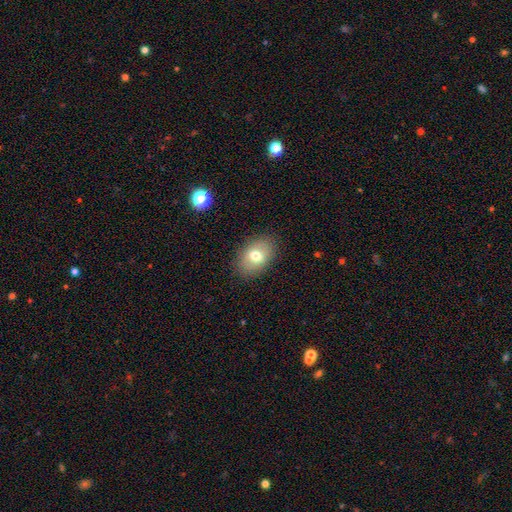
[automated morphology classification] A smooth galaxy with no disk features (71%) that is in between round and cigar-shaped (81%). Merging: none (86%).